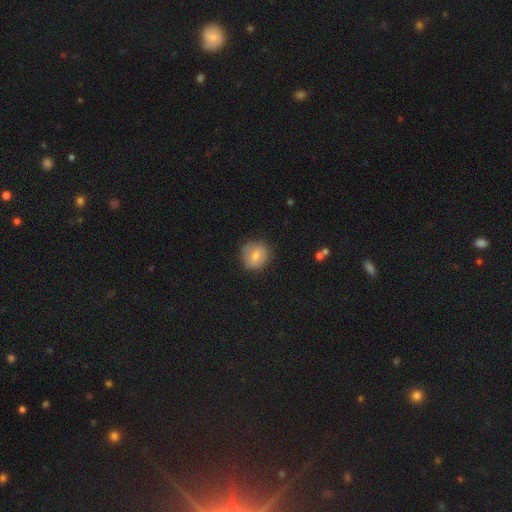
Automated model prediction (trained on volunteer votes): This is likely a smooth galaxy (71%). How rounded: clearly round (85%). Merging: likely none (76%).